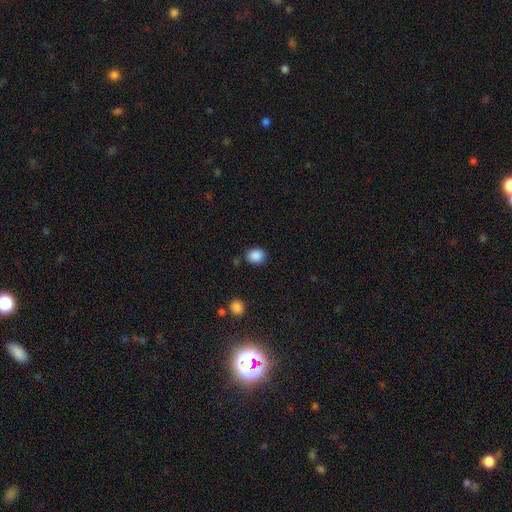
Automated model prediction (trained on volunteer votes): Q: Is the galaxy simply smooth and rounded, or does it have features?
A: smooth — 88%.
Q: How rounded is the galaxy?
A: round — 59%.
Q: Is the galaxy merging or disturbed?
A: none — 82%.